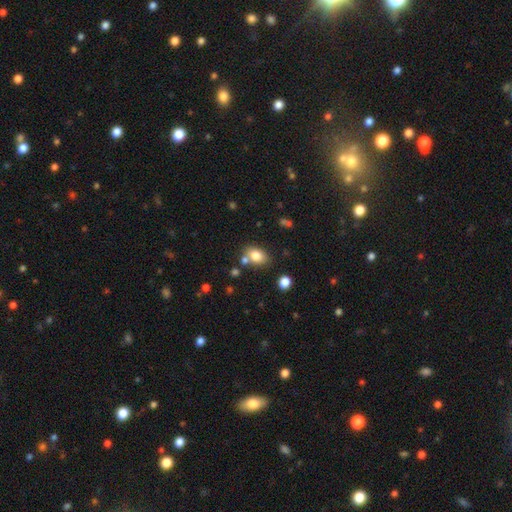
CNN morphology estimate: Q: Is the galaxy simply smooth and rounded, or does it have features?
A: smooth — 81%.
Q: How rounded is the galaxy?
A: in between — 73%.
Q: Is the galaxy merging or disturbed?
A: none — 67%.